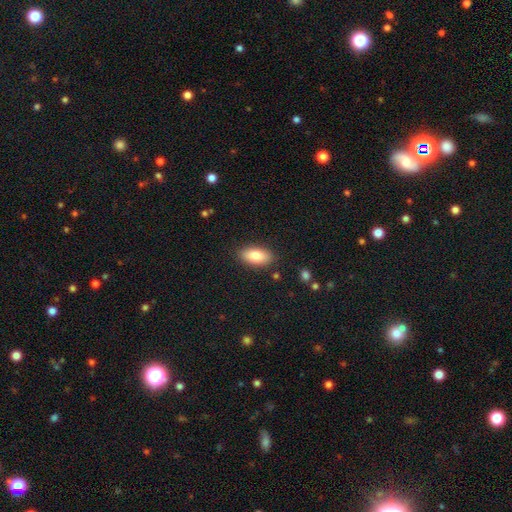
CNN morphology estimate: This appears to be a smooth galaxy with no disk features (82%) that is in between round and cigar-shaped (90%). Merging: none (87%).